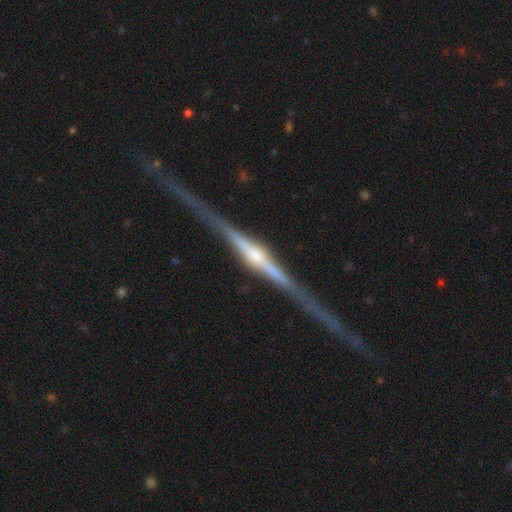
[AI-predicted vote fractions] Overall: featured or disk (91%). Edge-on disk: yes (98%). Edge-on bulge: rounded (86%). Merging: none (86%).